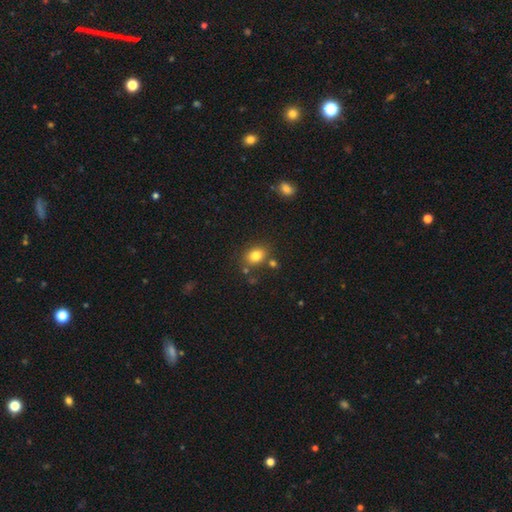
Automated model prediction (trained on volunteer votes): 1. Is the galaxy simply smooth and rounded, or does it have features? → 81% smooth, 11% star or artifact, 8% featured or disk.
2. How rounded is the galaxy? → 54% in between, 45% round, 1% cigar-shaped.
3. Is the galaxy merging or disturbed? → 76% none, 12% minor disturbance, 8% merger, 4% major disturbance.